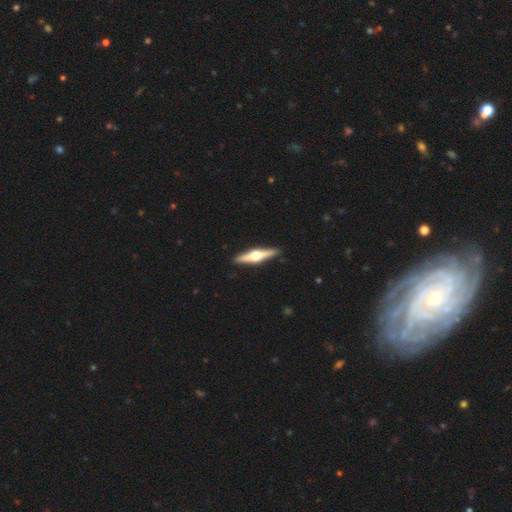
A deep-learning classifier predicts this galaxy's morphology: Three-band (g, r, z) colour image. It shows a featured or disk galaxy (77%) viewed edge-on (98%) with a rounded central bulge (96%). Merging: none (92%).